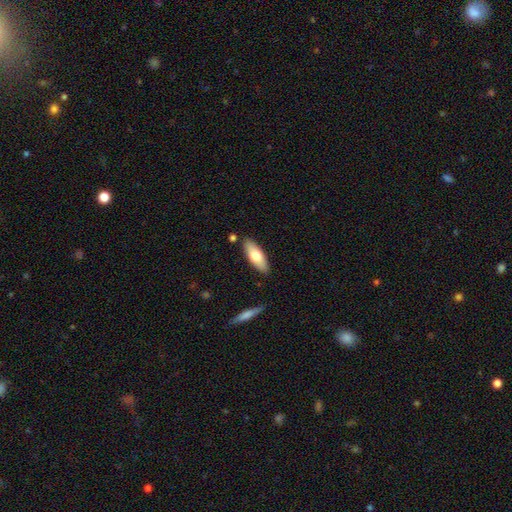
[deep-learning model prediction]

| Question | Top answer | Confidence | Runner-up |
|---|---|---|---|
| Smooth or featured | smooth | 70% | featured or disk (24%) |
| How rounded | in between | 67% | cigar-shaped (31%) |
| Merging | none | 85% | minor disturbance (10%) |